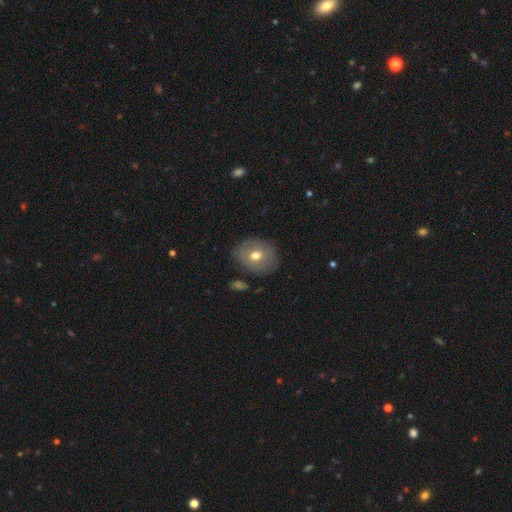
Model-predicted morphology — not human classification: type=smooth (62%); roundness=round (56%); merging=none (79%).